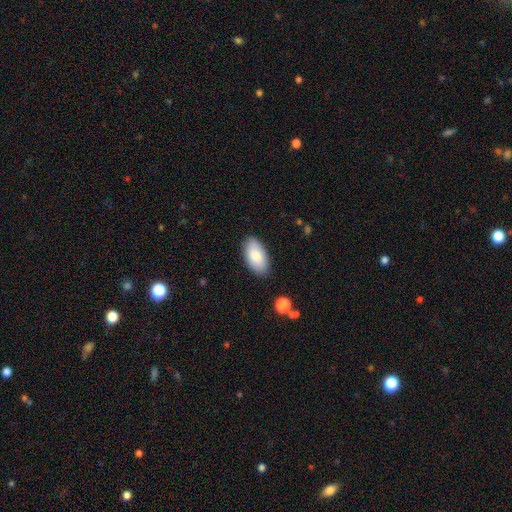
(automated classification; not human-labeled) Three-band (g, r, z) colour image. It shows a smooth galaxy with no disk features (81%) that is in between round and cigar-shaped (95%). Merging: none (86%).